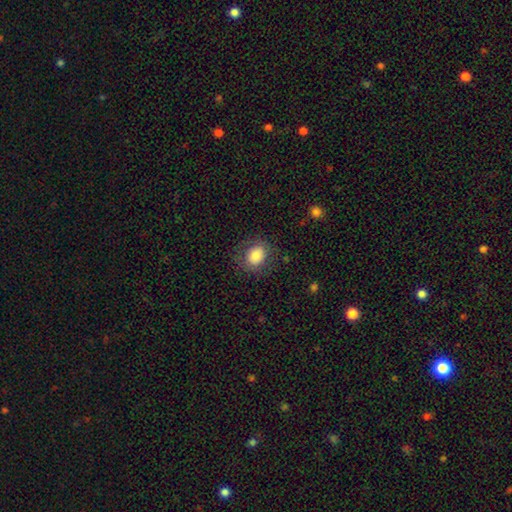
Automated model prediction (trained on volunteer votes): smooth-or-featured: smooth: 81% | featured or disk: 10% | star or artifact: 9%
  how-rounded: round: 55% | in between: 44% | cigar-shaped: 1%
  merging: none: 78% | minor disturbance: 14% | major disturbance: 7% | merger: 1%